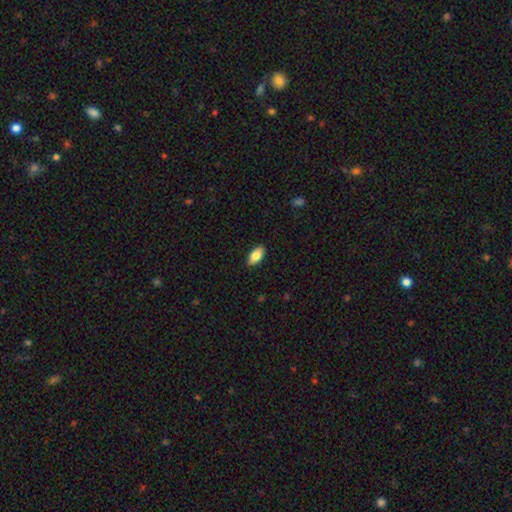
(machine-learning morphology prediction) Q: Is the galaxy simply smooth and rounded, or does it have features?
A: smooth — 79%.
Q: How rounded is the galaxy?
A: in between — 90%.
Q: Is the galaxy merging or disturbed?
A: none — 89%.